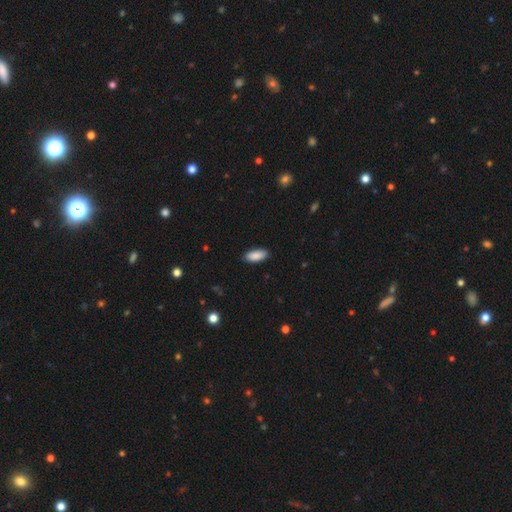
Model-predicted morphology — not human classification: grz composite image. It shows a smooth galaxy with no disk features (90%) that is in between round and cigar-shaped (85%). Merging: none (89%).